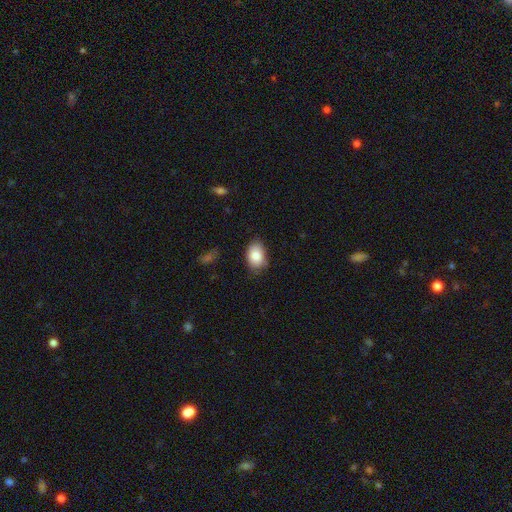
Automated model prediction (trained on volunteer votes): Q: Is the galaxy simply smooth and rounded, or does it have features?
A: smooth — 84%.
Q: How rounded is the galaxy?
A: in between — 84%.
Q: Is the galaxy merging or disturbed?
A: none — 77%.